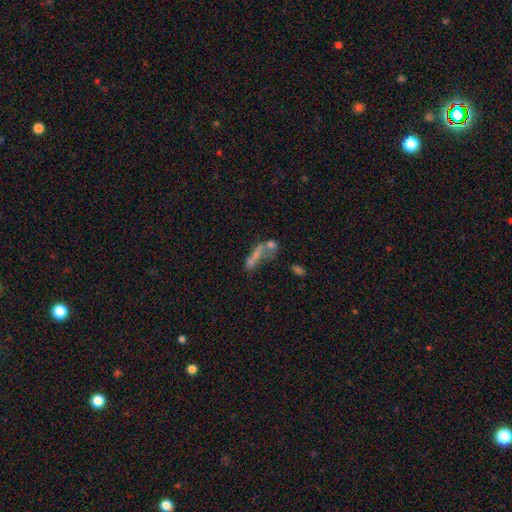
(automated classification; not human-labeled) This is possibly a smooth galaxy (49%). Merging: possibly merger (45%).